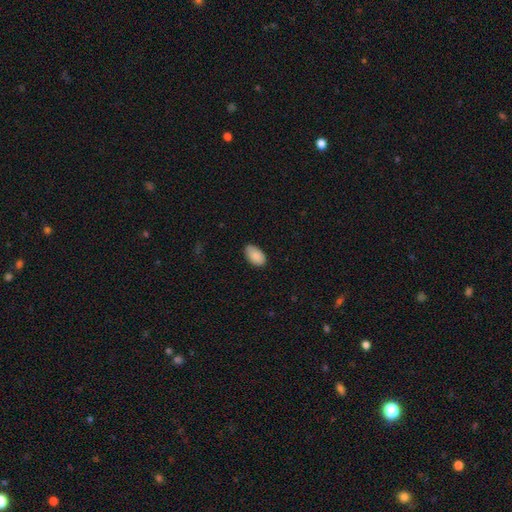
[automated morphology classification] A smooth galaxy with no disk features (90%) that is in between round and cigar-shaped (95%). Merging: none (81%).